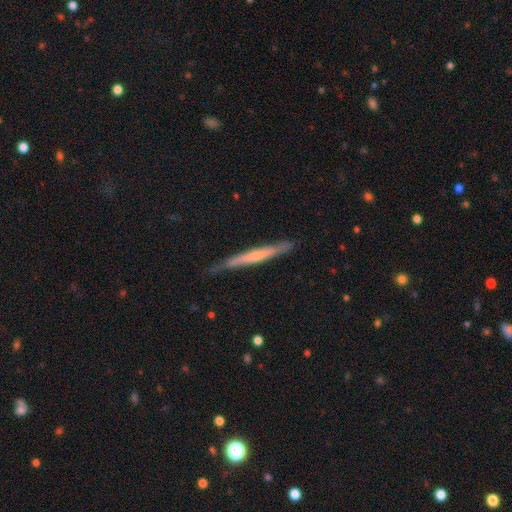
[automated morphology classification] smooth-or-featured: featured or disk: 55% | smooth: 40% | star or artifact: 5%
  disk-edge-on: yes: 94% | no: 6%
    edge-on-bulge: none: 58% | rounded: 35% | boxy: 7%
  merging: none: 77% | minor disturbance: 19% | major disturbance: 3% | merger: 2%